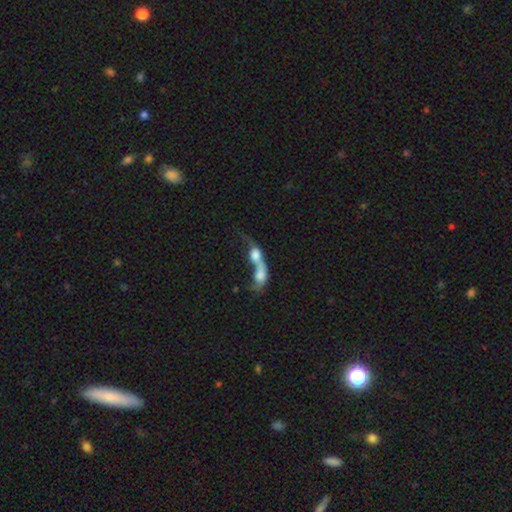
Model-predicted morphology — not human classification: This appears to be a smooth galaxy with no disk features (54%) that is in between round and cigar-shaped (53%). Merging: merger (83%).